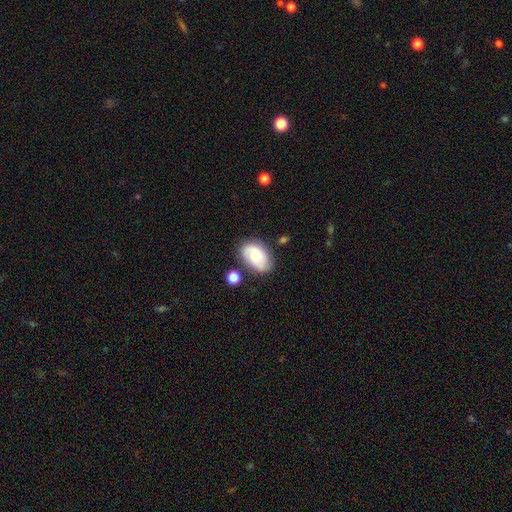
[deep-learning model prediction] Smooth or featured?
  - smooth: 51% *
  - featured or disk: 40%
  - star or artifact: 8%
How rounded?
  - in between: 87% *
  - round: 11%
  - cigar-shaped: 1%
Merging?
  - none: 65% *
  - minor disturbance: 20%
  - merger: 8%
  - major disturbance: 6%